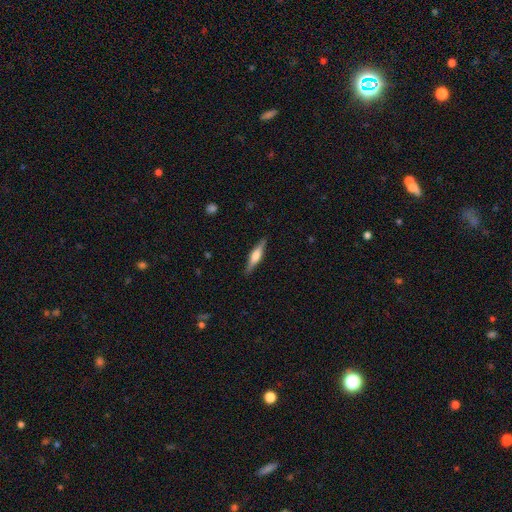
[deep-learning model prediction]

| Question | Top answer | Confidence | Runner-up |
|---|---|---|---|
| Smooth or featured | featured or disk | 59% | smooth (35%) |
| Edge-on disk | yes | 96% | no (4%) |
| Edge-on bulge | rounded | 80% | boxy (15%) |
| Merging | none | 89% | minor disturbance (8%) |